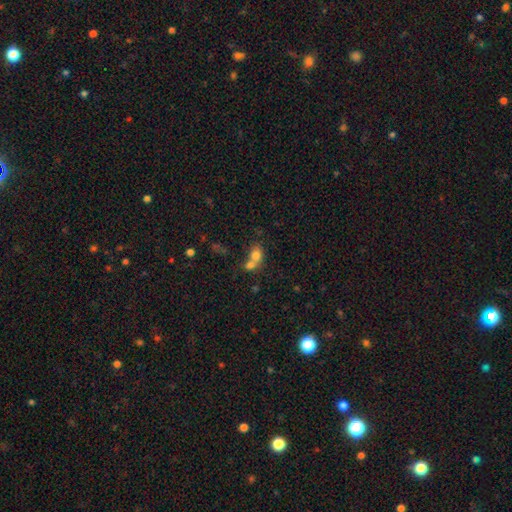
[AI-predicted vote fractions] Smooth or featured: smooth — 74% (featured or disk — 15%)
How rounded: in between — 51% (round — 47%)
Merging: merger — 65% (none — 24%)